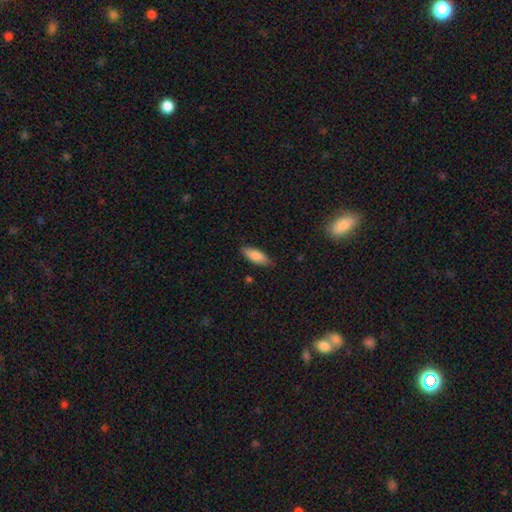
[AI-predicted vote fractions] A smooth galaxy with no disk features (84%) that is in between round and cigar-shaped (71%).

Vote fractions:
- Smooth or featured? smooth: 84% / featured or disk: 9% / star or artifact: 6%
- How rounded? in between: 71% / cigar-shaped: 27% / round: 2%
- Merging? none: 83% / minor disturbance: 13% / major disturbance: 2% / merger: 1%